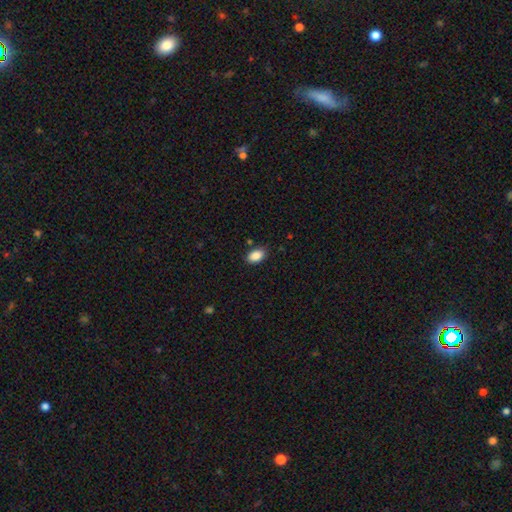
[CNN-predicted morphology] Overall: smooth (88%). How rounded: in between (90%). Merging: none (82%).